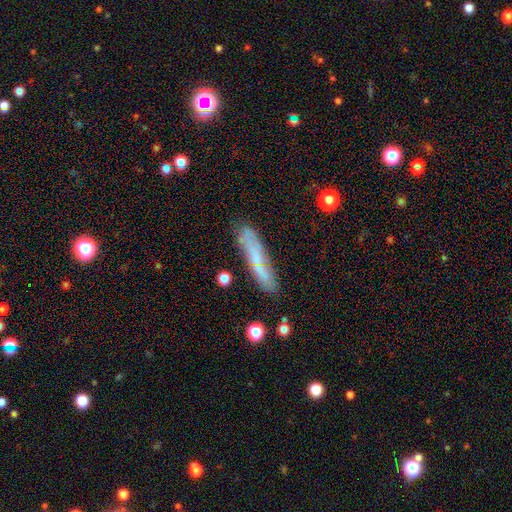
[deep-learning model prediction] Overall: smooth (52%; featured or disk 39%). How rounded: cigar-shaped (88%). Merging: none (74%).